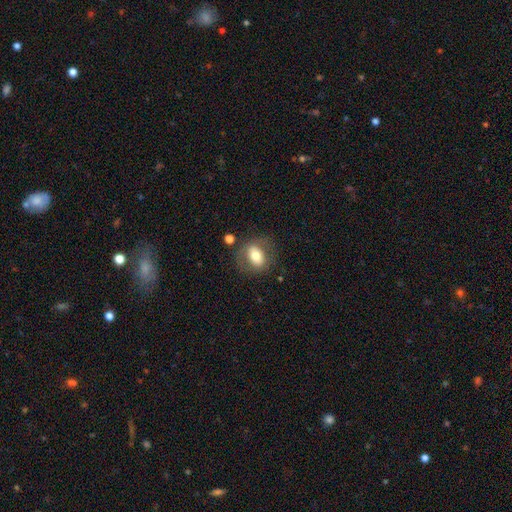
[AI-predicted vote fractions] Smooth or featured? Predicted: smooth (p=0.61). How rounded? Predicted: in between (p=0.63). Merging? Predicted: none (p=0.72).